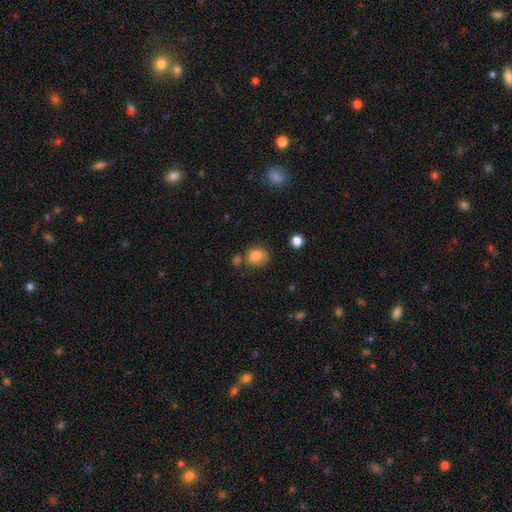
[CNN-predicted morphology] This appears to be a smooth galaxy with no disk features (84%) that is round (65%). Merging: none (57%).